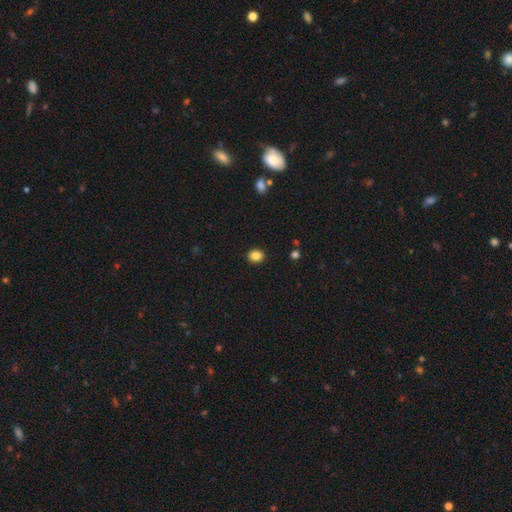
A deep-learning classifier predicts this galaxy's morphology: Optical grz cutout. It shows a smooth galaxy with no disk features (86%) that is round (59%). Merging: none (90%).